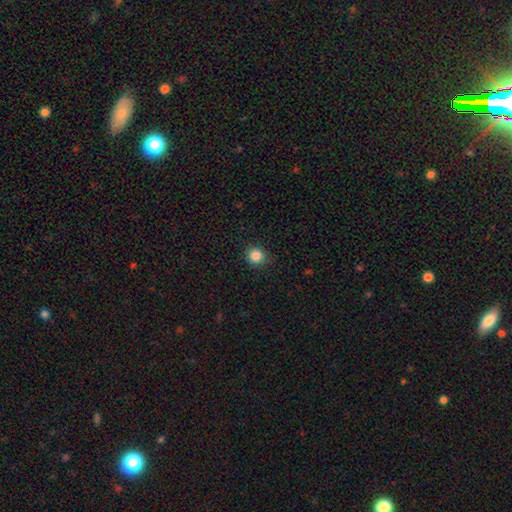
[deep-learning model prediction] The model was most divided on "smooth or featured": smooth: 85%, star or artifact: 11%, featured or disk: 4%. More confident: how rounded — round (91%); merging — none (89%).